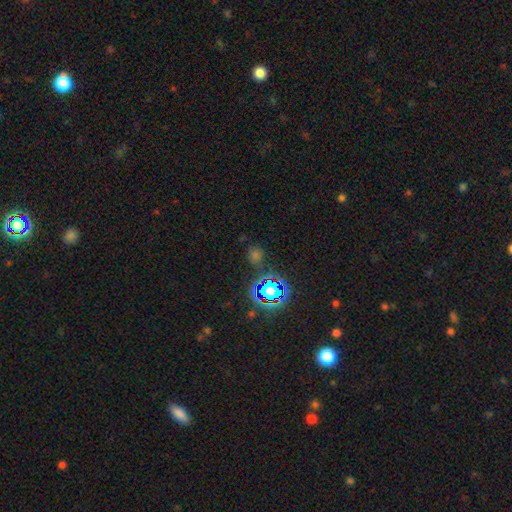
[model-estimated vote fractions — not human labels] Q: Smooth or featured?
A: star or artifact (57%); runner-up: smooth (36%)